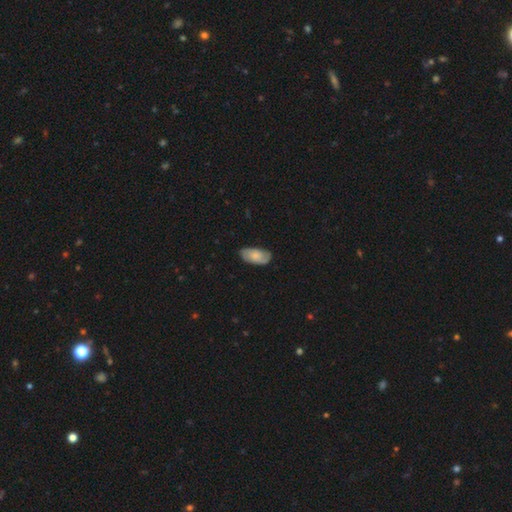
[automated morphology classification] Overall: smooth (58%; featured or disk 36%). How rounded: in between (94%). Merging: none (77%).